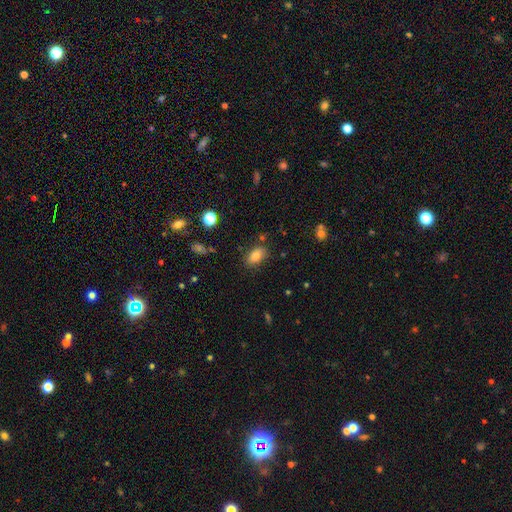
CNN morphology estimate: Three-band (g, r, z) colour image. It shows a smooth galaxy with no disk features (80%) that is in between round and cigar-shaped (88%). Merging: none (81%).